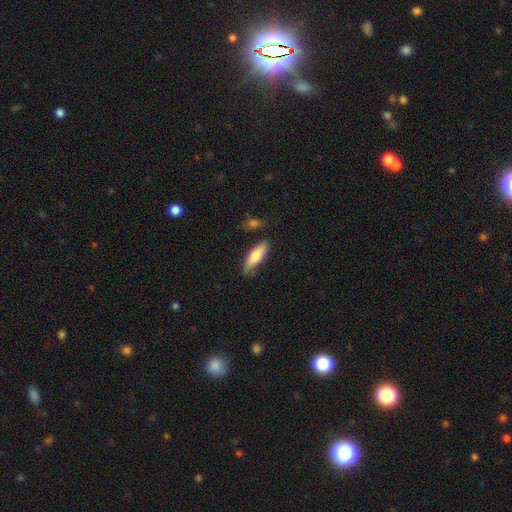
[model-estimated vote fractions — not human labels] Overall: smooth (75%). How rounded: in between (54%; cigar-shaped 44%). Merging: none (76%).